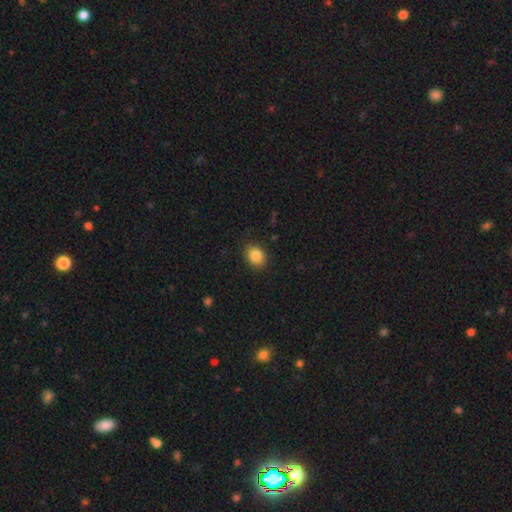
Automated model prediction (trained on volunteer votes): Overall: smooth (85%). How rounded: round (51%; in between 48%). Merging: none (88%).